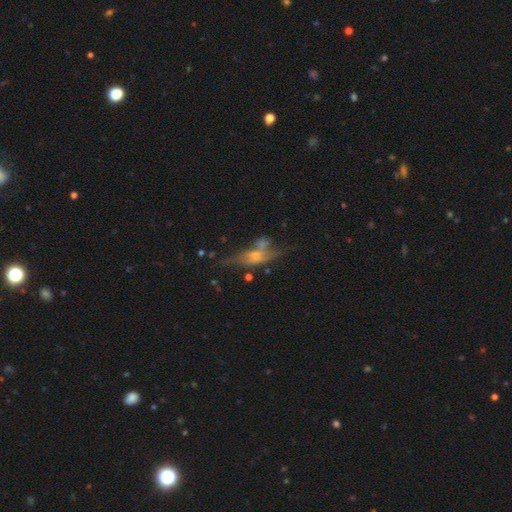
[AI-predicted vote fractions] Smooth or featured? Predicted: featured or disk (p=0.59). Edge-on disk? Predicted: no (p=0.54). Merging? Predicted: none (p=0.36).